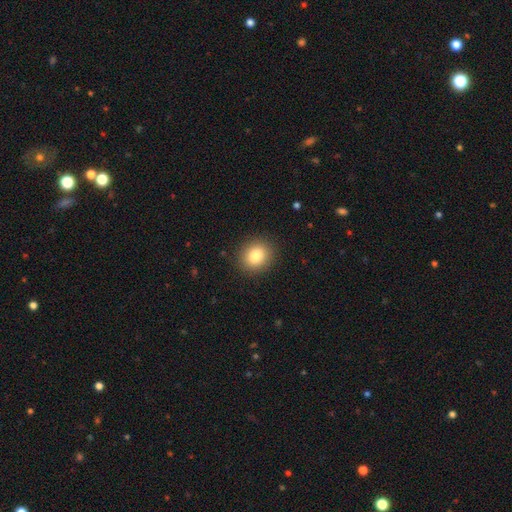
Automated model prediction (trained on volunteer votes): Overall: smooth (83%). How rounded: round (72%). Merging: none (90%).